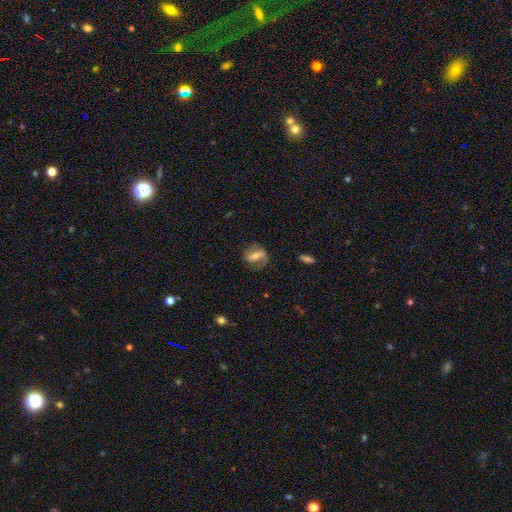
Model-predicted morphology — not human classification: Smooth or featured?
  - featured or disk: 53% *
  - smooth: 38%
  - star or artifact: 8%
Edge-on disk?
  - no: 92% *
  - yes: 8%
Merging?
  - none: 70% *
  - minor disturbance: 19%
  - major disturbance: 10%
  - merger: 2%